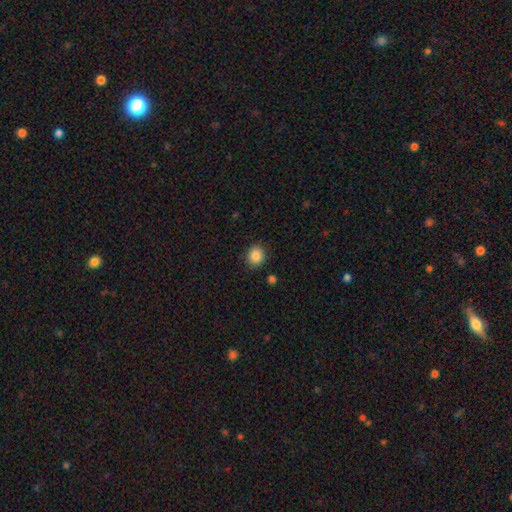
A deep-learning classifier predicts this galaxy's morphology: smooth-or-featured: smooth: 86% | star or artifact: 10% | featured or disk: 4%
  how-rounded: round: 80% | in between: 19% | cigar-shaped: 1%
  merging: none: 89% | minor disturbance: 7% | major disturbance: 2% | merger: 2%